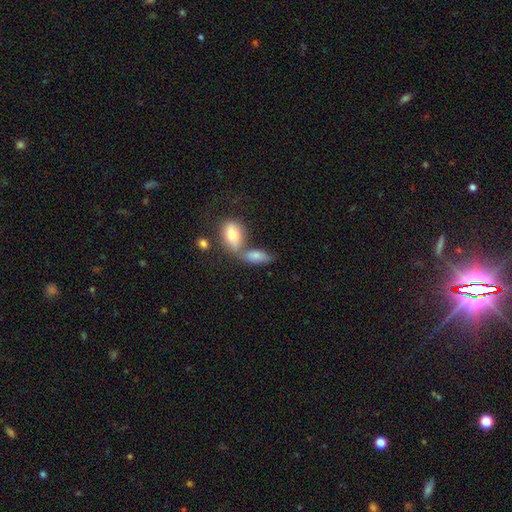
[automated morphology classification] Smooth or featured: smooth — 78% (featured or disk — 13%)
How rounded: in between — 81% (cigar-shaped — 14%)
Merging: merger — 48% (none — 36%)